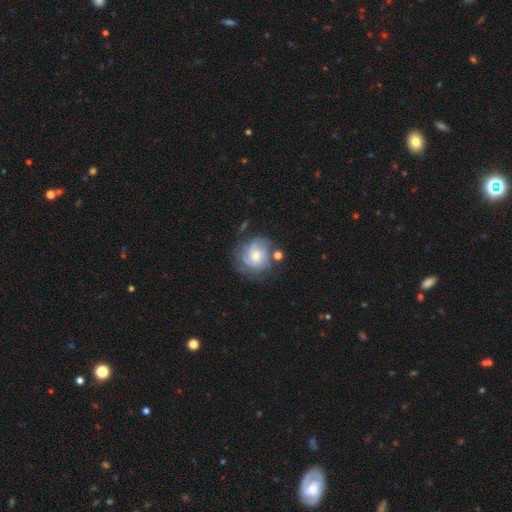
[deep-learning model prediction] Smooth or featured: featured or disk — 74% (smooth — 19%)
Edge-on disk: no — 98% (yes — 2%)
Bar: no — 73% (weak — 24%)
Spiral arms: yes — 91% (no — 9%)
Spiral winding: tight — 63% (medium — 28%)
Spiral arm count: can't tell — 39% (3 — 23%)
Bulge size: small — 51% (moderate — 44%)
Merging: none — 65% (minor disturbance — 19%)